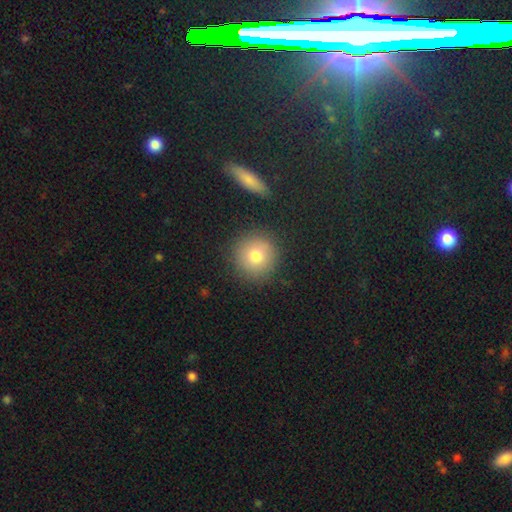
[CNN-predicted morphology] Overall: smooth (77%). How rounded: round (94%). Merging: none (87%).